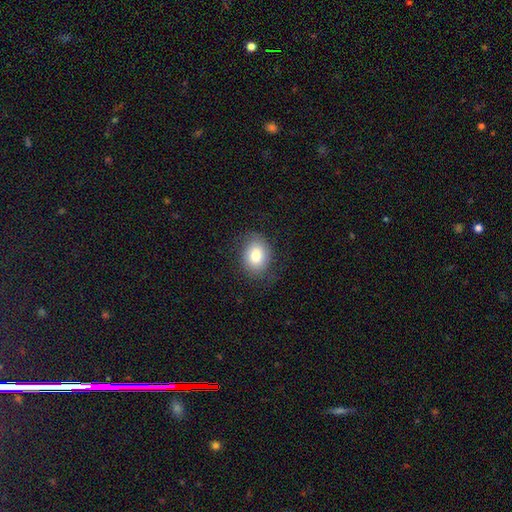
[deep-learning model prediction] smooth-or-featured: smooth: 79% | featured or disk: 12% | star or artifact: 9%
  how-rounded: in between: 56% | round: 43% | cigar-shaped: 1%
  merging: none: 77% | minor disturbance: 16% | major disturbance: 6% | merger: 1%